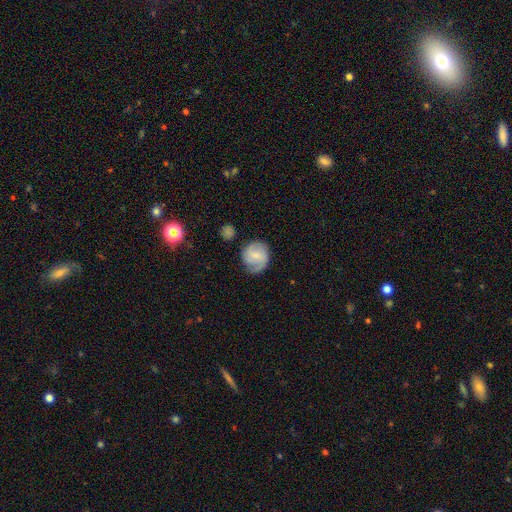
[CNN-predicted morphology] smooth-or-featured: featured or disk: 53% | smooth: 40% | star or artifact: 7%
  disk-edge-on: no: 97% | yes: 3%
    bar: weak: 48% | no: 42% | strong: 10%
    has-spiral-arms: yes: 89% | no: 11%
    bulge-size: small: 64% | moderate: 22% | none: 11% | large: 2% | dominant: 1%
  merging: none: 67% | minor disturbance: 22% | major disturbance: 7% | merger: 3%